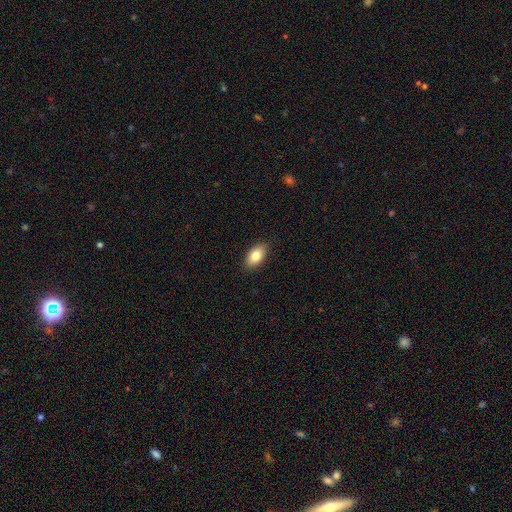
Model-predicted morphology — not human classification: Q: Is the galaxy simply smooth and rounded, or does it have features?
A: smooth — 82%.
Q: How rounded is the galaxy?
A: in between — 92%.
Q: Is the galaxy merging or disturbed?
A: none — 89%.